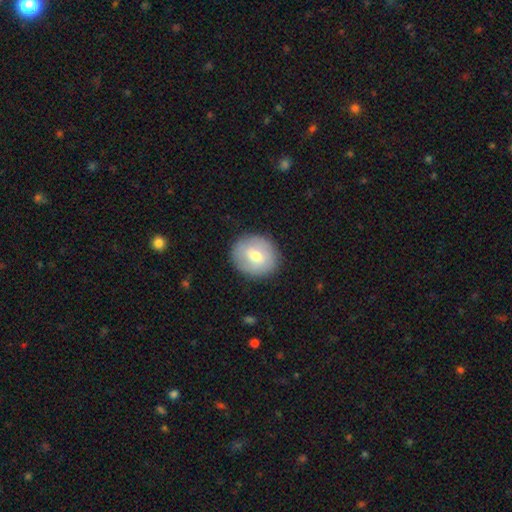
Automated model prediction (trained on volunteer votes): A smooth galaxy with no disk features (61%) that is round (77%).

Vote fractions:
- Smooth or featured? smooth: 61% / featured or disk: 32% / star or artifact: 7%
- How rounded? round: 77% / in between: 22% / cigar-shaped: 1%
- Merging? none: 86% / minor disturbance: 10% / major disturbance: 3% / merger: 1%